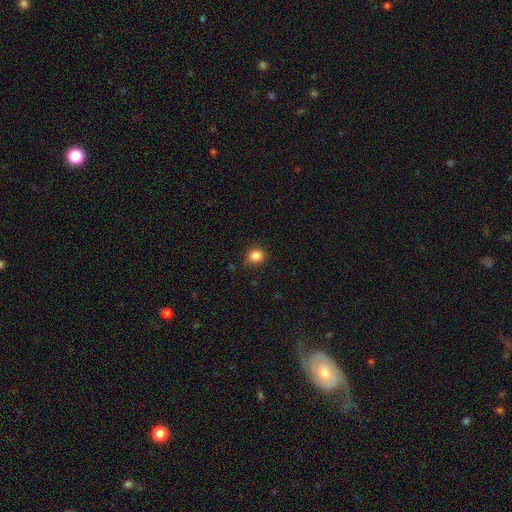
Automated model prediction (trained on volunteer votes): Smooth or featured? Predicted: smooth (p=0.85). How rounded? Predicted: round (p=0.75). Merging? Predicted: none (p=0.79).